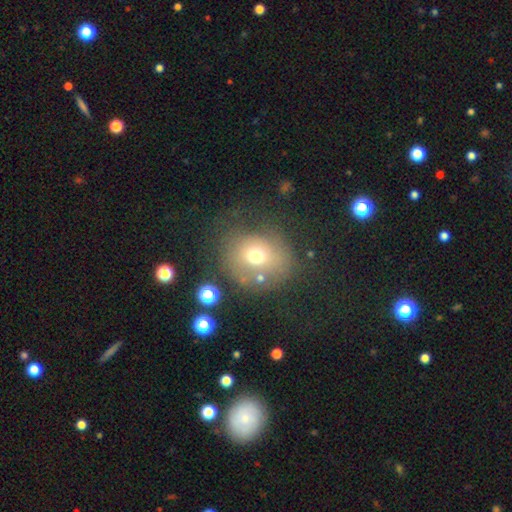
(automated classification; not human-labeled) smooth 64%, featured or disk 21%, star or artifact 15%. Down the decision tree: how rounded — round (73%); merging — none (59%).